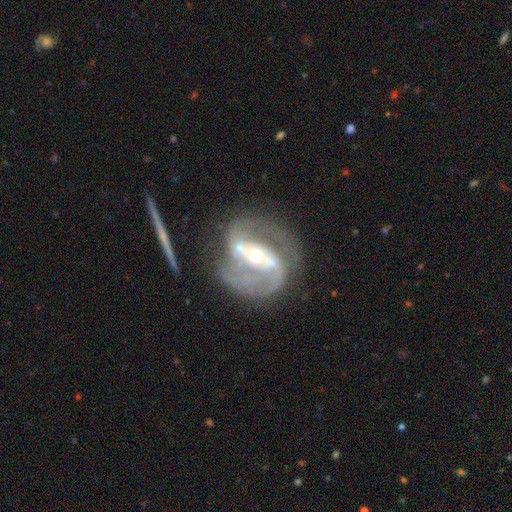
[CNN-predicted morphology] Smooth or featured? featured or disk (88%)
Edge-on disk? no (97%)
Bar? strong (55%)
Spiral arms? yes (93%)
Spiral winding? medium (52%)
Spiral arm count? 2 (81%)
Bulge size? moderate (52%)
Merging? none (58%)